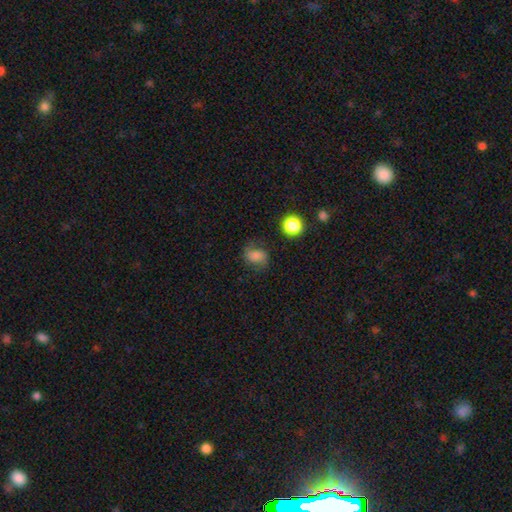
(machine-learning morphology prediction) The model was most divided on "how rounded": in between: 58%, round: 41%, cigar-shaped: 1%. More confident: smooth or featured — smooth (67%); merging — none (65%).